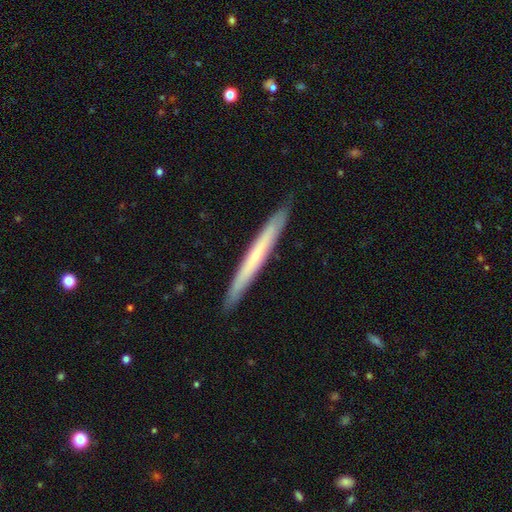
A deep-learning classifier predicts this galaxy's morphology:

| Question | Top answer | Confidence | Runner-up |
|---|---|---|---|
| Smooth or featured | featured or disk | 57% | smooth (38%) |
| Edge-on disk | yes | 93% | no (7%) |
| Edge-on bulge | none | 55% | rounded (42%) |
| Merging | none | 90% | minor disturbance (8%) |